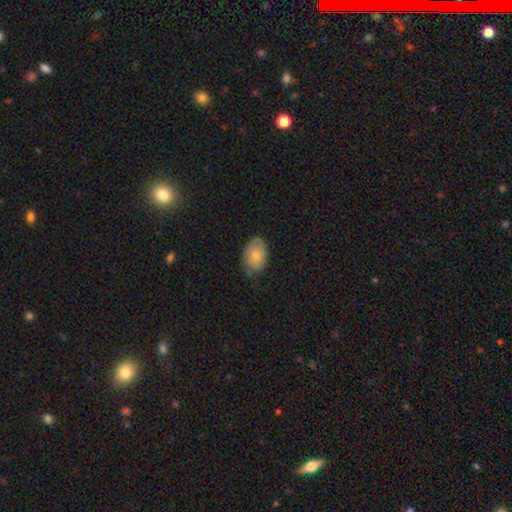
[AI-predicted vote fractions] smooth-or-featured: smooth: 70% | featured or disk: 23% | star or artifact: 7%
  how-rounded: in between: 84% | round: 15% | cigar-shaped: 1%
  merging: none: 63% | minor disturbance: 30% | major disturbance: 6% | merger: 1%